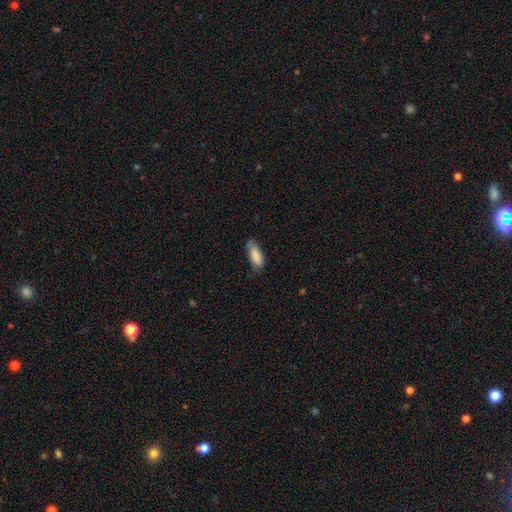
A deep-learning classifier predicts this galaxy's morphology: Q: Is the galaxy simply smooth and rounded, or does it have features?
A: smooth — 86%.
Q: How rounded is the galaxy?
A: in between — 77%.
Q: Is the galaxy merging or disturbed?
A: none — 63%.